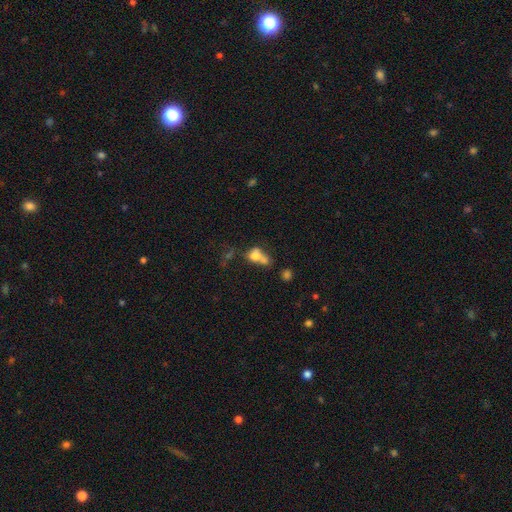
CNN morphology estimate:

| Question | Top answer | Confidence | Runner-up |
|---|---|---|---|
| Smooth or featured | smooth | 69% | featured or disk (19%) |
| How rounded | round | 51% | in between (45%) |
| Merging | merger | 58% | none (22%) |